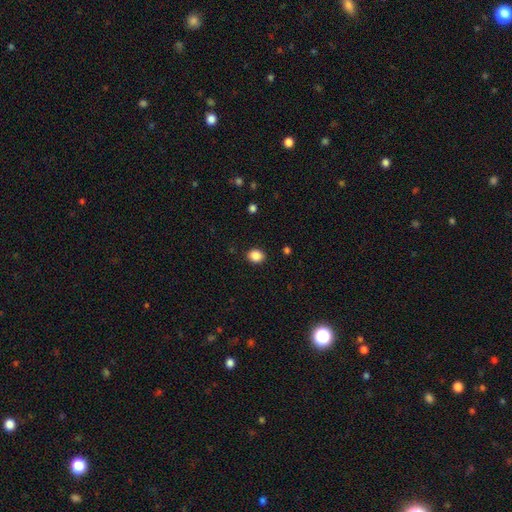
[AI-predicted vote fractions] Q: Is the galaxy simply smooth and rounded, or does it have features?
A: smooth — 88%.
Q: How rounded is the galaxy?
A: round — 56%.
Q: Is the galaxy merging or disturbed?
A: none — 89%.